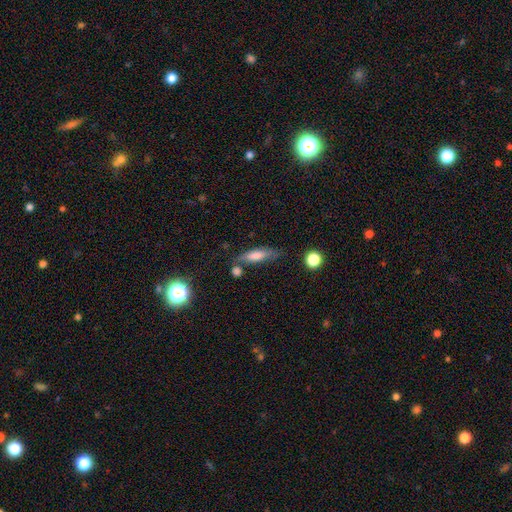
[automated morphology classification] Smooth or featured? smooth (66%)
How rounded? cigar-shaped (59%)
Merging? none (62%)